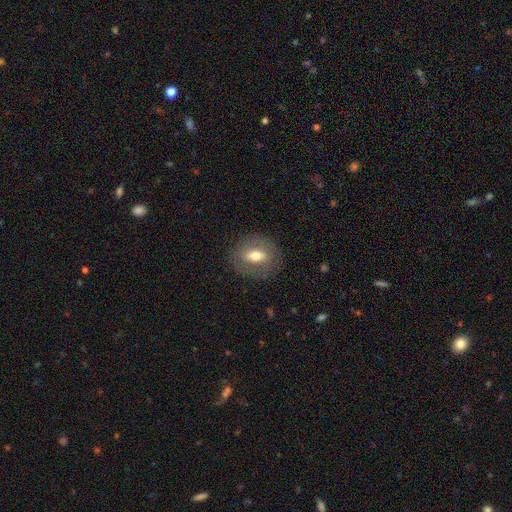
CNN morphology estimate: Smooth or featured? Predicted: smooth (p=0.51). How rounded? Predicted: in between (p=0.53). Merging? Predicted: none (p=0.84).